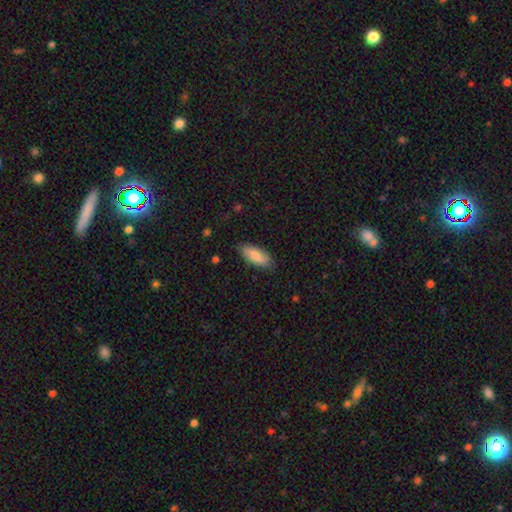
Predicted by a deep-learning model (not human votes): A smooth galaxy with no disk features (81%) that is in between round and cigar-shaped (83%). Merging: none (82%).